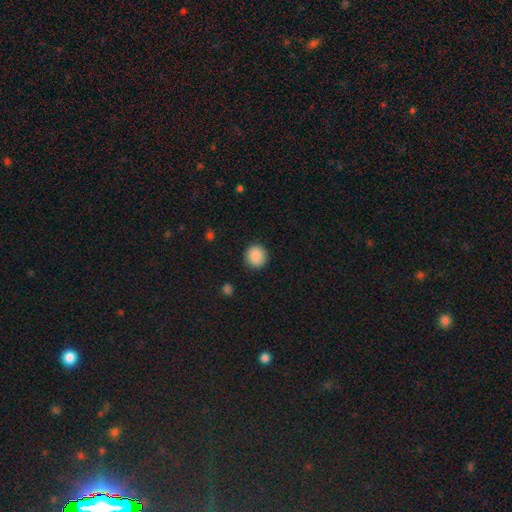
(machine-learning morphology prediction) This appears to be a smooth galaxy with no disk features (88%) that is round (91%). Merging: none (89%).